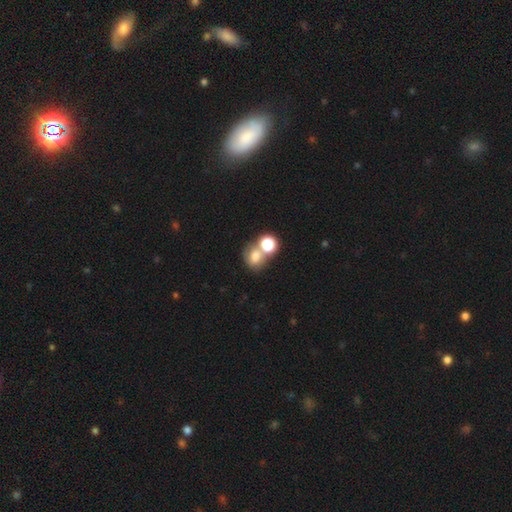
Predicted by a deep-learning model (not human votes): smooth_or_featured: smooth (p=0.69) [alt: featured or disk p=0.17]
how_rounded: round (p=0.60) [alt: in between p=0.39]
merging: merger (p=0.53) [alt: none p=0.33]